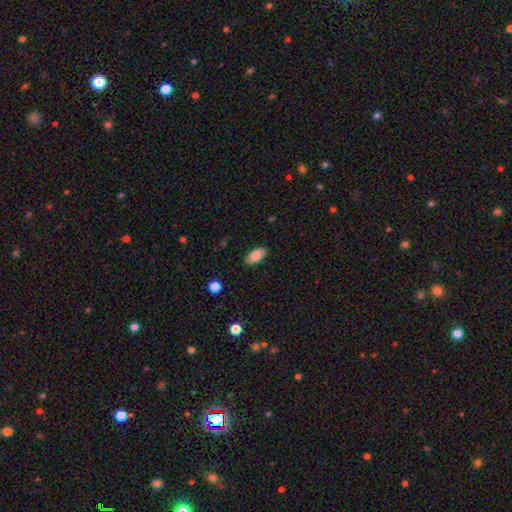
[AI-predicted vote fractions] Smooth or featured?
  - smooth: 81% *
  - featured or disk: 12%
  - star or artifact: 7%
How rounded?
  - in between: 91% *
  - cigar-shaped: 6%
  - round: 3%
Merging?
  - none: 85% *
  - minor disturbance: 12%
  - major disturbance: 2%
  - merger: 1%